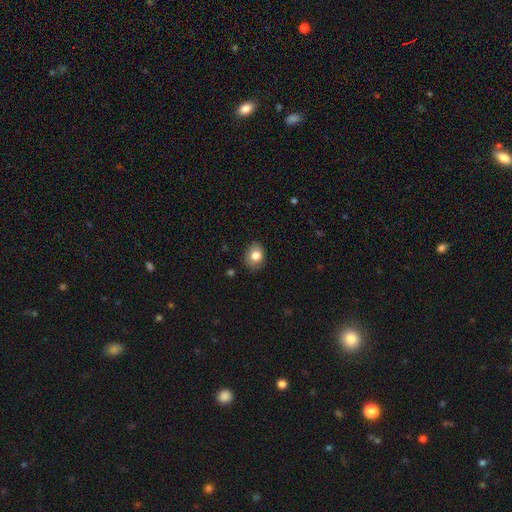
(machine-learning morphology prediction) type=smooth (81%); roundness=in between (61%); merging=none (81%).